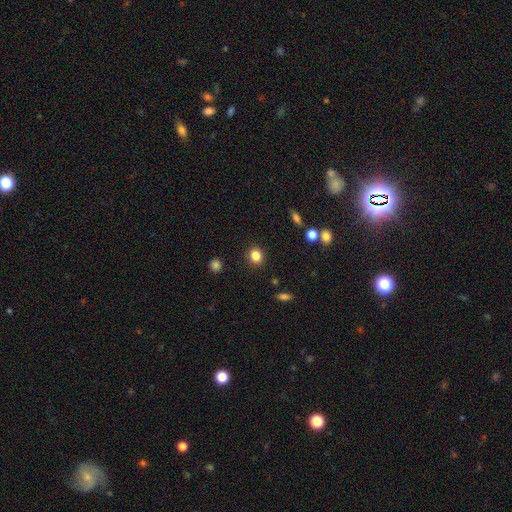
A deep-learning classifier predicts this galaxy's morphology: Smooth or featured? Predicted: smooth (p=0.84). How rounded? Predicted: round (p=0.74). Merging? Predicted: none (p=0.89).